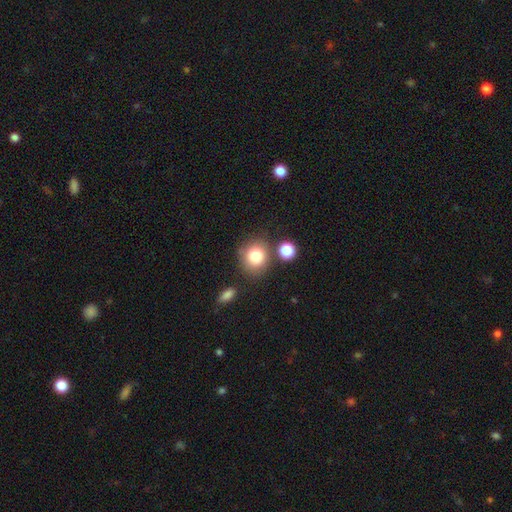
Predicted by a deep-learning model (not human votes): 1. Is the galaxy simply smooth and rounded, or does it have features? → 82% smooth, 10% star or artifact, 9% featured or disk.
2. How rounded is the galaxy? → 74% round, 25% in between, 1% cigar-shaped.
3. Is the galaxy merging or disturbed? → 69% none, 14% merger, 13% minor disturbance, 4% major disturbance.